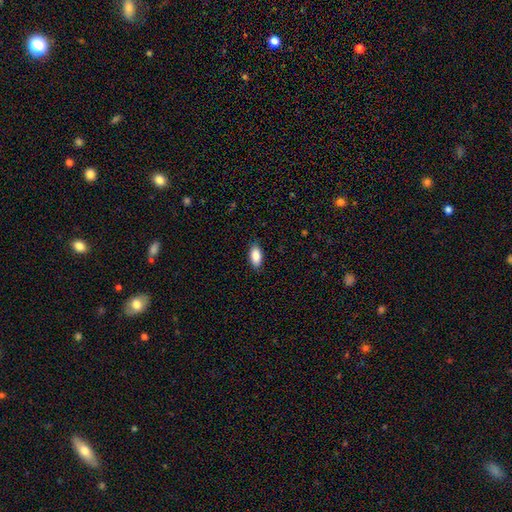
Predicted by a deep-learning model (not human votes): Smooth or featured? smooth (87%)
How rounded? in between (91%)
Merging? none (87%)